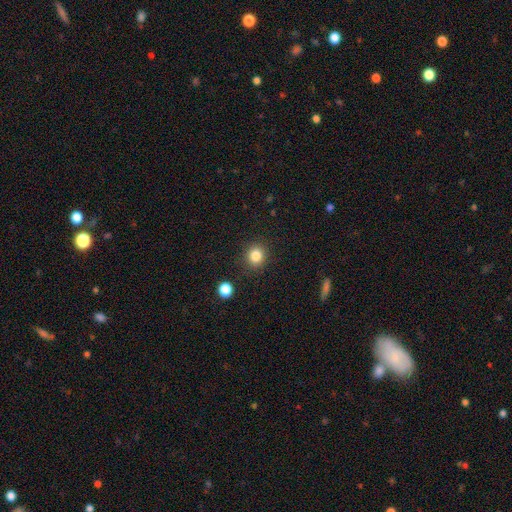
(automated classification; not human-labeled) This appears to be a smooth galaxy with no disk features (84%) that is round (84%). Merging: none (88%).